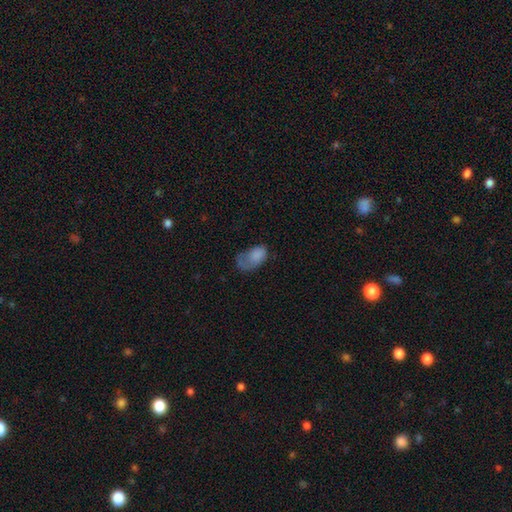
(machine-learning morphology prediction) Overall: smooth (74%). How rounded: in between (89%). Merging: major disturbance (44%; minor disturbance 27%).